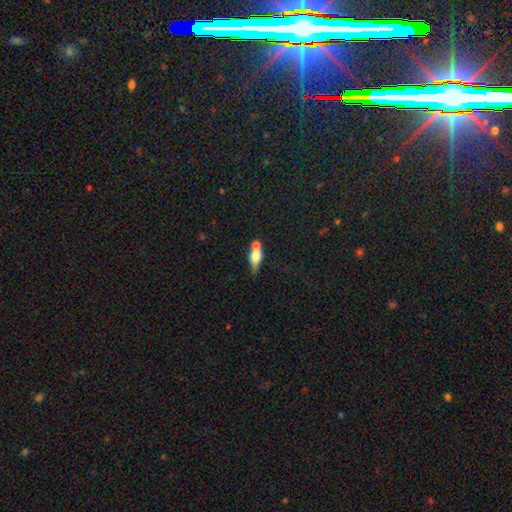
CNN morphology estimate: smooth-or-featured: smooth: 62% | featured or disk: 29% | star or artifact: 9%
  how-rounded: in between: 66% | cigar-shaped: 21% | round: 13%
  merging: merger: 47% | none: 32% | minor disturbance: 14% | major disturbance: 7%